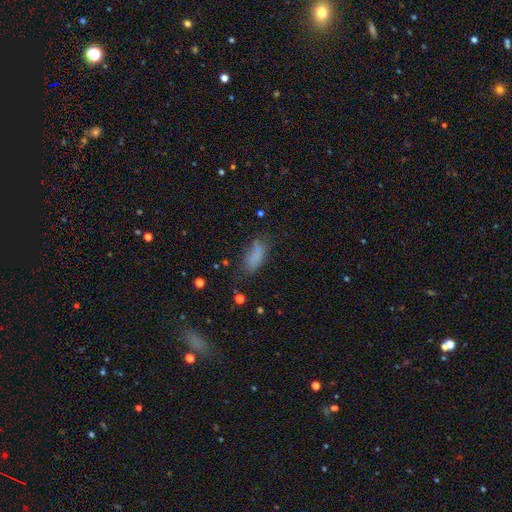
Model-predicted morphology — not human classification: type=smooth (75%); roundness=in between (81%); merging=none (54%).